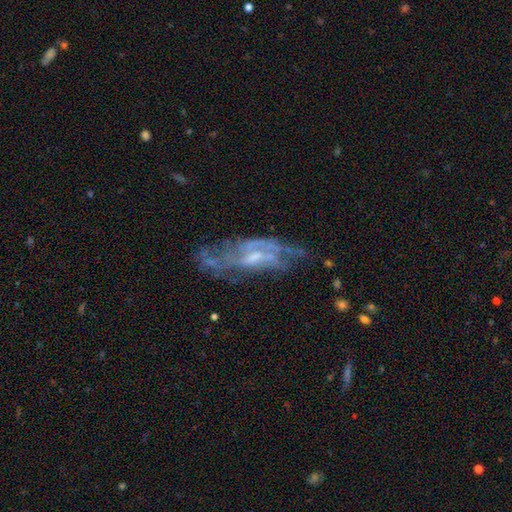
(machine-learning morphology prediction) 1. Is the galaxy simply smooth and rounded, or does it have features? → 74% featured or disk, 17% smooth, 9% star or artifact.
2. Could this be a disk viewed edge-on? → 85% no, 15% yes.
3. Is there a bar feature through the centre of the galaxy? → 44% weak, 43% no, 13% strong.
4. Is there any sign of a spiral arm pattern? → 66% yes, 34% no.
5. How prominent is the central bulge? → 45% small, 38% moderate, 13% none, 3% large, 1% dominant.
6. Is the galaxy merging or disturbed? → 45% none, 25% major disturbance, 24% minor disturbance, 6% merger.